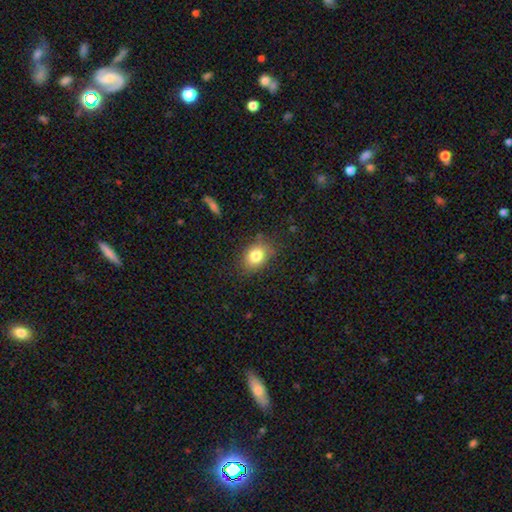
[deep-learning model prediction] A smooth galaxy with no disk features (81%) that is in between round and cigar-shaped (67%).

Vote fractions:
- Smooth or featured? smooth: 81% / featured or disk: 10% / star or artifact: 9%
- How rounded? in between: 67% / round: 32% / cigar-shaped: 1%
- Merging? none: 78% / minor disturbance: 16% / major disturbance: 4% / merger: 2%